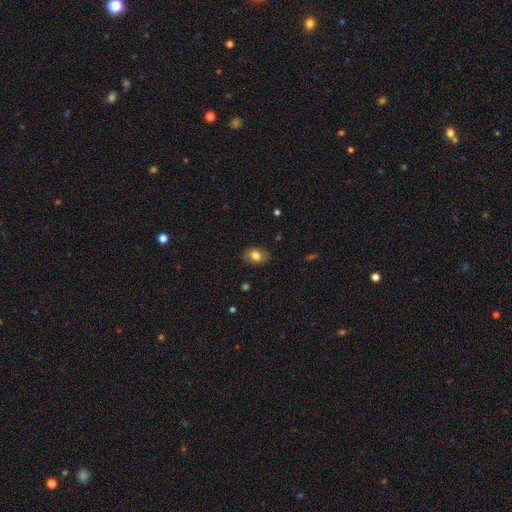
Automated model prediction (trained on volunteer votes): smooth_or_featured: smooth (p=0.79) [alt: featured or disk p=0.13]
how_rounded: in between (p=0.79) [alt: round p=0.20]
merging: none (p=0.84) [alt: minor disturbance p=0.13]